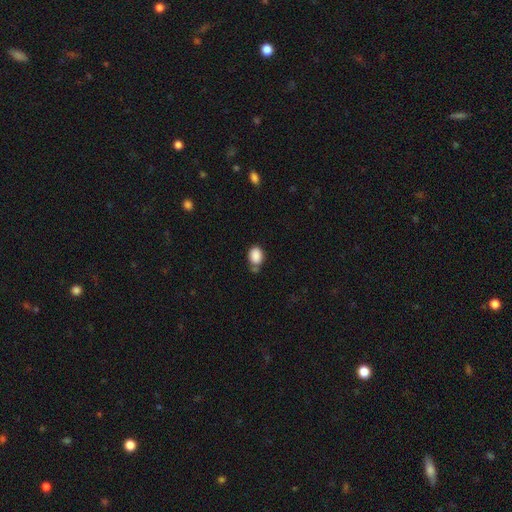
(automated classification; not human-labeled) smooth_or_featured: smooth (p=0.88) [alt: star or artifact p=0.08]
how_rounded: in between (p=0.72) [alt: round p=0.27]
merging: none (p=0.59) [alt: minor disturbance p=0.22]